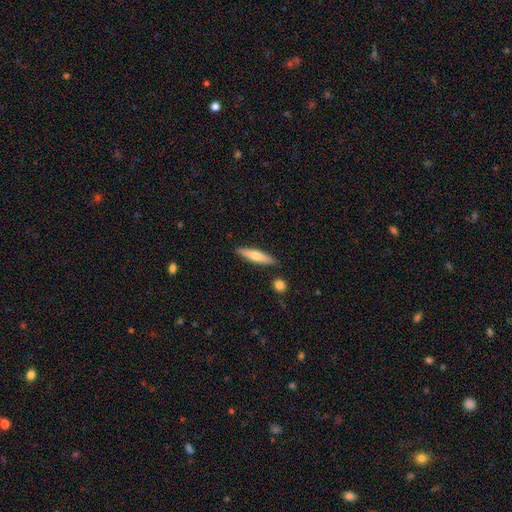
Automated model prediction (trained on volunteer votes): The model was most divided on "smooth or featured": smooth: 56%, featured or disk: 38%, star or artifact: 6%. More confident: merging — none (87%); how rounded — cigar-shaped (79%).